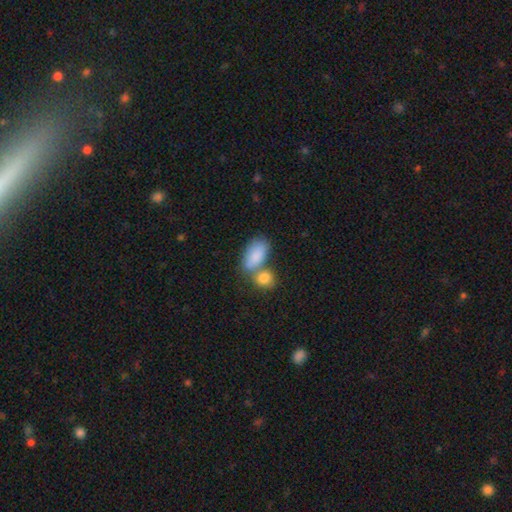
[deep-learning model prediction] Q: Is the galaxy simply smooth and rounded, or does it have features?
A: smooth — 86%.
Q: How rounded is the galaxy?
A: in between — 91%.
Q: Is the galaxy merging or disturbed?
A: none — 42%.